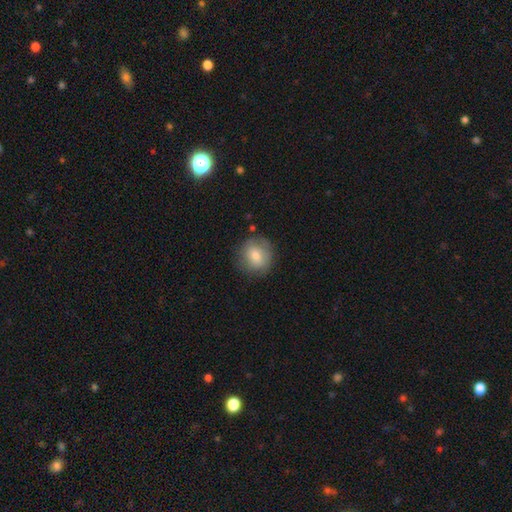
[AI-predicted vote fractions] Q: Smooth or featured?
A: smooth (72%); runner-up: featured or disk (20%)
Q: How rounded?
A: round (84%); runner-up: in between (15%)
Q: Merging?
A: none (78%); runner-up: minor disturbance (16%)